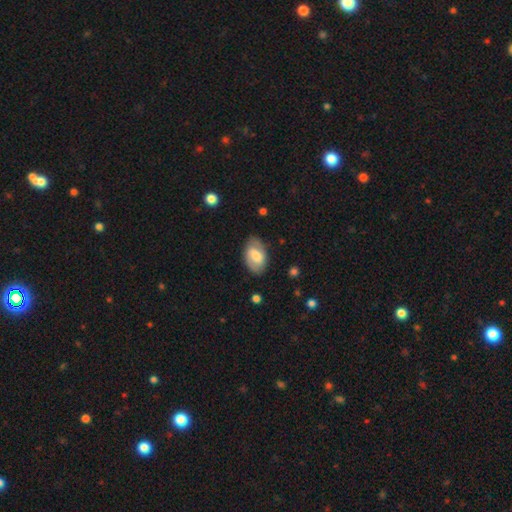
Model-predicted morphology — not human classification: The model was most divided on "smooth or featured": smooth: 57%, featured or disk: 37%, star or artifact: 6%. More confident: how rounded — in between (91%); merging — none (77%).